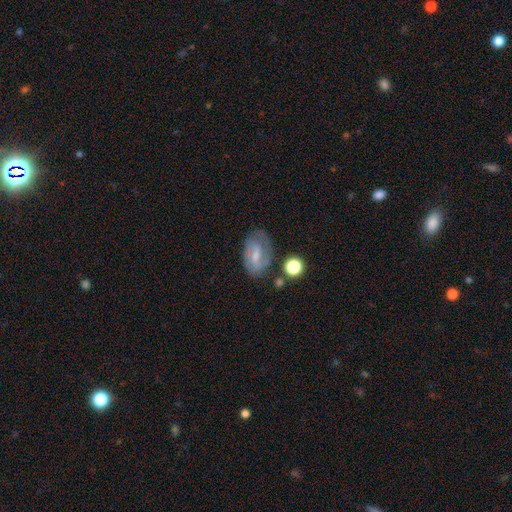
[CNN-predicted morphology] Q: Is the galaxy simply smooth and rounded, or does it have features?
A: featured or disk — 56%.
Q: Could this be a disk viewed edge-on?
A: no — 94%.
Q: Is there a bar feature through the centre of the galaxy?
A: weak — 52%.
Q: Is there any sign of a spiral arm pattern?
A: yes — 78%.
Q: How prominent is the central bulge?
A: small — 48%.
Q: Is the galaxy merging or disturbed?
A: none — 66%.